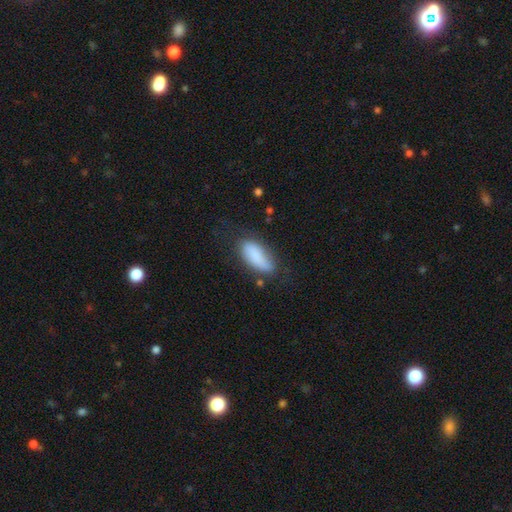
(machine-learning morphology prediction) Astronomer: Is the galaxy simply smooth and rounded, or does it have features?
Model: smooth — 82%.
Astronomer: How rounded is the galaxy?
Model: in between — 82%.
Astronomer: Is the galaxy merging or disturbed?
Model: none — 60%.